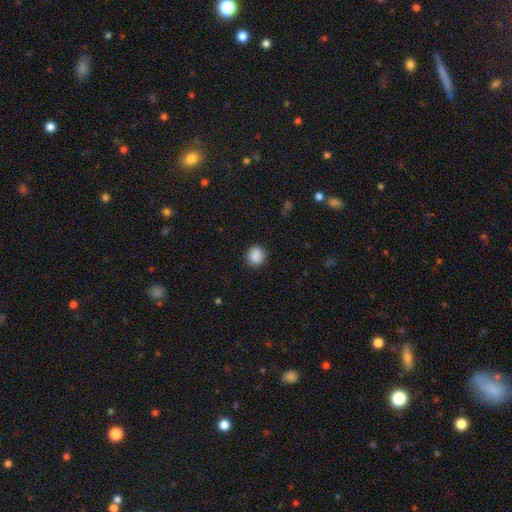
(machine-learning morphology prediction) Q: Smooth or featured?
A: smooth (88%); runner-up: star or artifact (8%)
Q: How rounded?
A: round (87%); runner-up: in between (12%)
Q: Merging?
A: none (90%); runner-up: minor disturbance (7%)